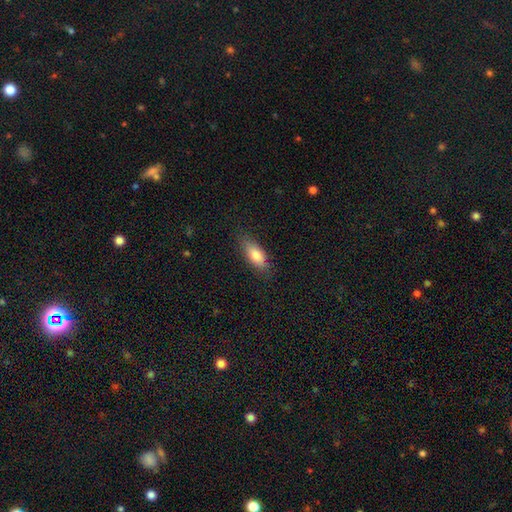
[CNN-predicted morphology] smooth-or-featured: smooth: 78% | featured or disk: 15% | star or artifact: 7%
  how-rounded: in between: 75% | cigar-shaped: 22% | round: 3%
  merging: none: 80% | minor disturbance: 15% | major disturbance: 3% | merger: 1%